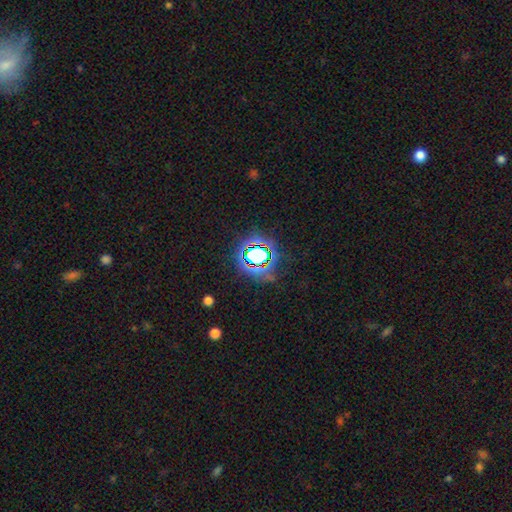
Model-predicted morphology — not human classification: type=star or artifact (66%).